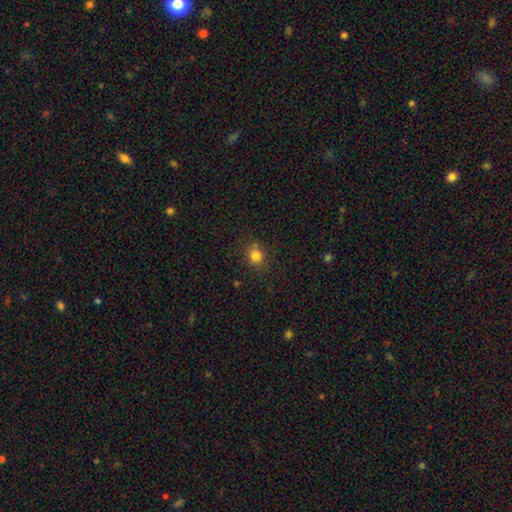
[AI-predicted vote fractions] This appears to be a smooth galaxy with no disk features (81%) that is round (75%). Merging: none (81%).